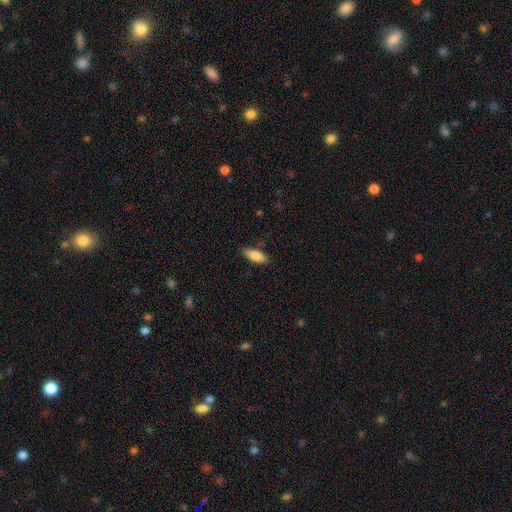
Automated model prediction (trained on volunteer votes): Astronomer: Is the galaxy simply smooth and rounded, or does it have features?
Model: smooth — 84%.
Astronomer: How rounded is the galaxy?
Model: in between — 75%.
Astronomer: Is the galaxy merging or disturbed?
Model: none — 82%.